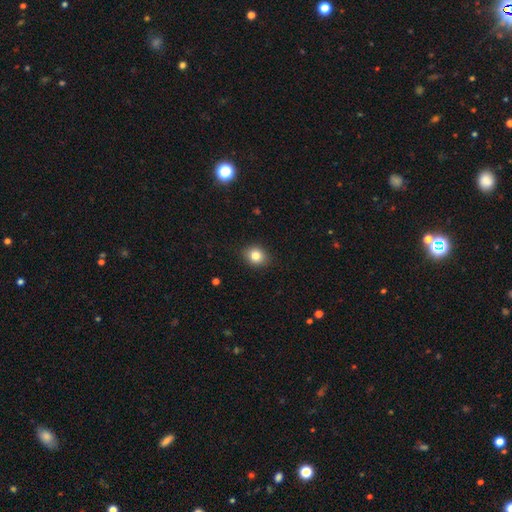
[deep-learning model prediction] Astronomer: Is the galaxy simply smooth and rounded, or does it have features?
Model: smooth — 82%.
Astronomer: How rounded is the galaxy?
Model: round — 70%.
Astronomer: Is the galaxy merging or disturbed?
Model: none — 88%.